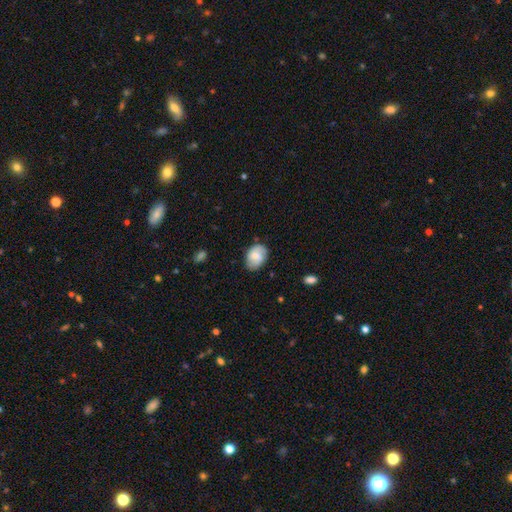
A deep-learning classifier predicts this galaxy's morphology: Q: Smooth or featured?
A: smooth (69%); runner-up: featured or disk (24%)
Q: How rounded?
A: in between (77%); runner-up: round (22%)
Q: Merging?
A: none (74%); runner-up: minor disturbance (21%)